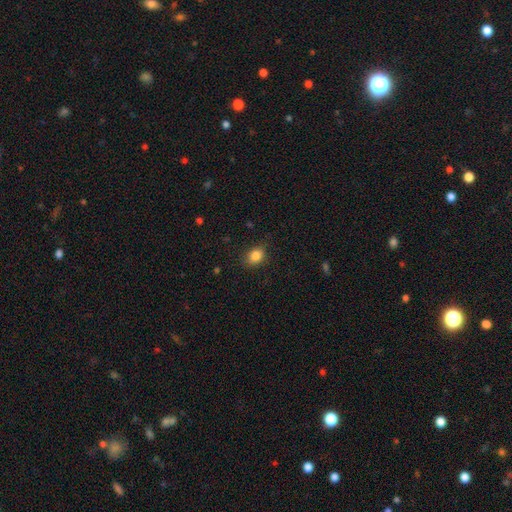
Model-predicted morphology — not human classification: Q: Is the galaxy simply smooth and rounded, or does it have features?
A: smooth — 86%.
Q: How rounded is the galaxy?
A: in between — 65%.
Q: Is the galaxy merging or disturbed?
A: none — 81%.